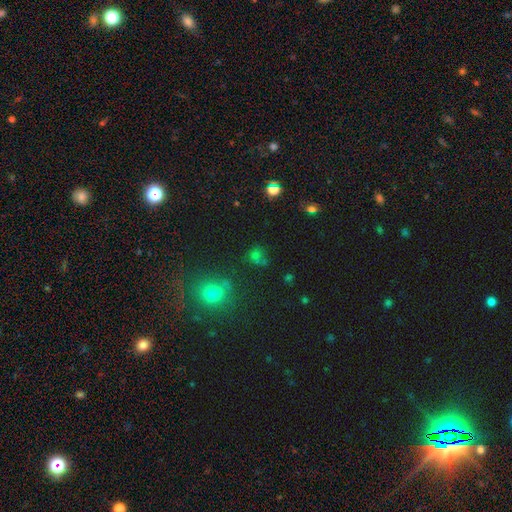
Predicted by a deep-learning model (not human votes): smooth 54%, star or artifact 35%, featured or disk 12%. Down the decision tree: how rounded — round (60%); merging — none (49%).